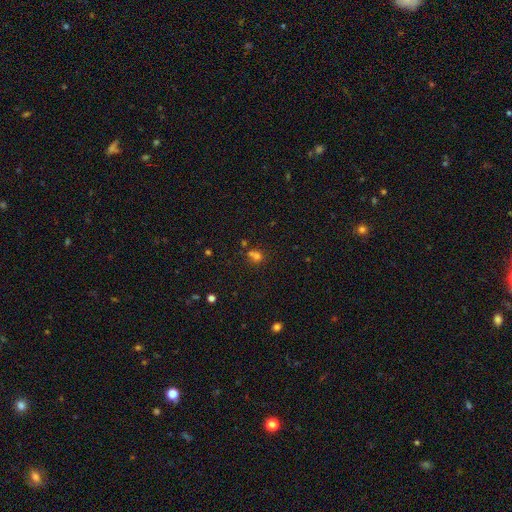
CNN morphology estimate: smooth_or_featured: smooth (p=0.67) [alt: star or artifact p=0.22]
how_rounded: round (p=0.80) [alt: in between p=0.19]
merging: none (p=0.48) [alt: merger p=0.39]